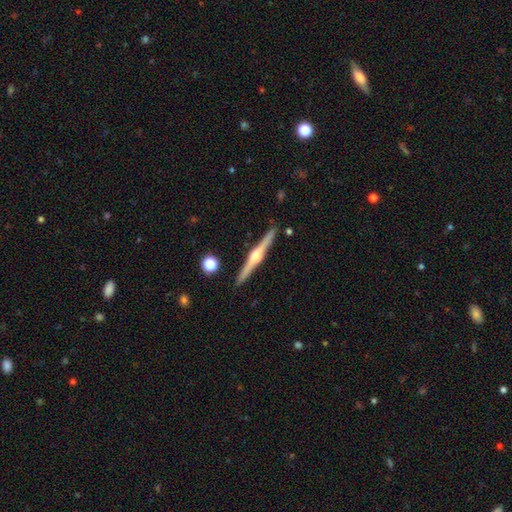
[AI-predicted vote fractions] Morphology: type=featured or disk (82%); edge-on=yes (99%); edge-on bulge=rounded (93%); merging=none (92%).